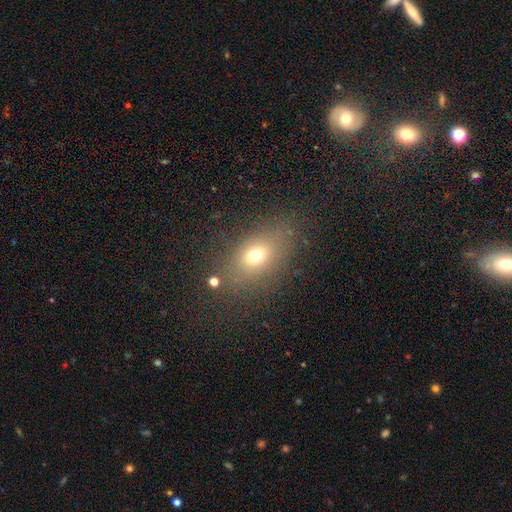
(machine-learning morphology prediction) Q: Smooth or featured?
A: smooth (68%); runner-up: star or artifact (17%)
Q: How rounded?
A: in between (71%); runner-up: round (25%)
Q: Merging?
A: none (77%); runner-up: minor disturbance (13%)